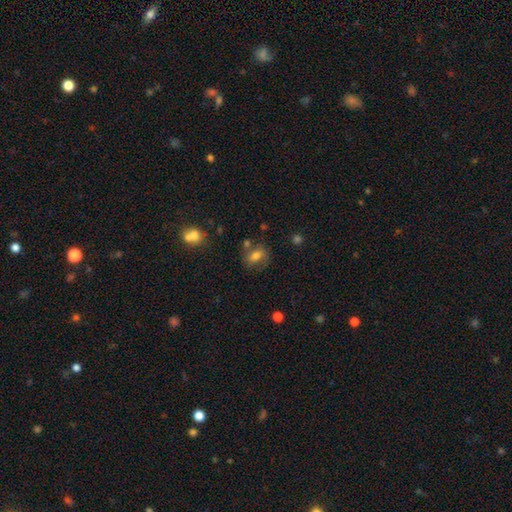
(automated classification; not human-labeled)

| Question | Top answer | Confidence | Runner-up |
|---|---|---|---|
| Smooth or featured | smooth | 68% | featured or disk (21%) |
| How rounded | in between | 58% | round (39%) |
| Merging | none | 62% | minor disturbance (19%) |